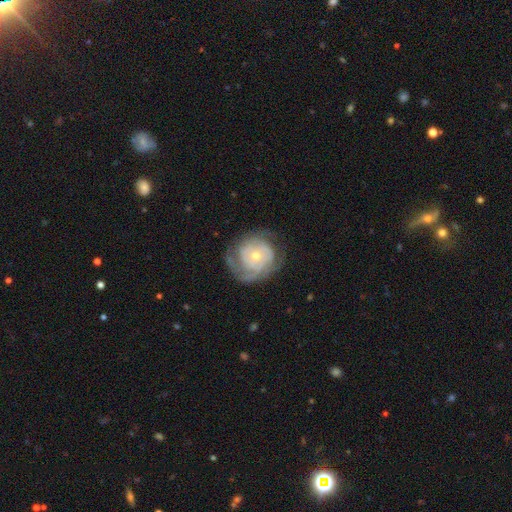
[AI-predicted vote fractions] This is likely a featured or disk galaxy (80%). It is clearly not viewed edge-on (97%). Bar: likely no (80%). Spiral arm pattern: clearly yes (90%). Spiral arm count: marginally can't tell (36%). Spiral winding: likely tight (66%). Central bulge: possibly small (54%). Merging: likely none (65%).